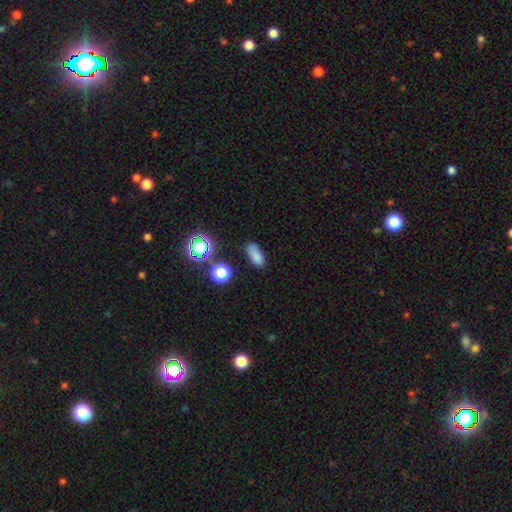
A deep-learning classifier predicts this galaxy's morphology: This appears to be a smooth galaxy with no disk features (75%) that is in between round and cigar-shaped (78%). Merging: none (68%).